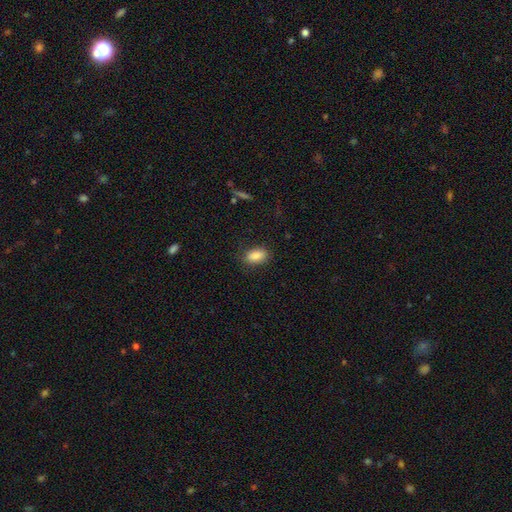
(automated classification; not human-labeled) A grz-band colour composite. It shows a smooth galaxy with no disk features (88%) that is in between round and cigar-shaped (90%). Merging: none (84%).